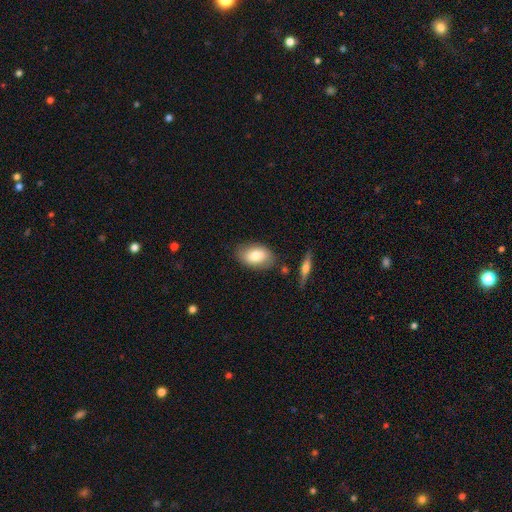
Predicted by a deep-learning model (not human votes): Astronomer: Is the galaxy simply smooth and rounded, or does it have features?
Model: smooth — 78%.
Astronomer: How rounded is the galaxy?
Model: in between — 90%.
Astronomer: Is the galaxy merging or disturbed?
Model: none — 77%.